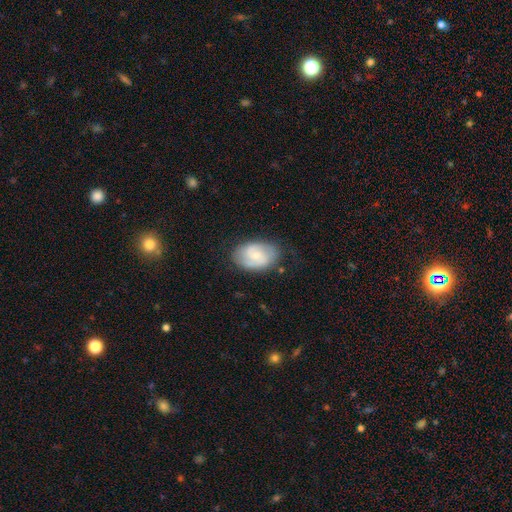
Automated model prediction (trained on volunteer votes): smooth-or-featured: featured or disk: 57% | smooth: 37% | star or artifact: 7%
  disk-edge-on: no: 97% | yes: 3%
    bar: no: 58% | weak: 37% | strong: 6%
    has-spiral-arms: yes: 85% | no: 15%
    bulge-size: small: 61% | moderate: 32% | none: 4% | large: 2% | dominant: 1%
  merging: none: 73% | minor disturbance: 20% | major disturbance: 6% | merger: 2%